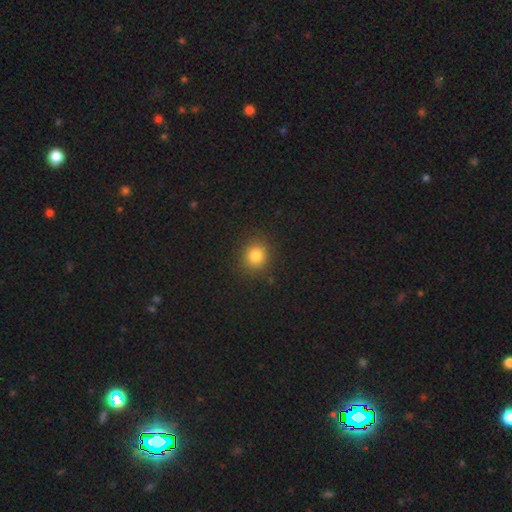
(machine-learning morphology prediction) The model was most divided on "how rounded": round: 83%, in between: 16%, cigar-shaped: 1%. More confident: merging — none (89%); smooth or featured — smooth (82%).